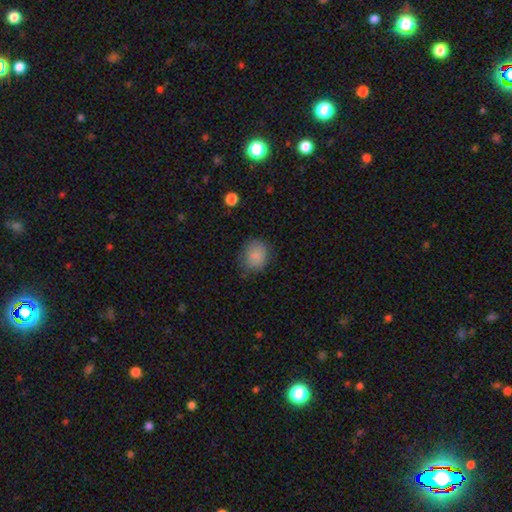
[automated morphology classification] smooth-or-featured: smooth: 83% | star or artifact: 9% | featured or disk: 8%
  how-rounded: round: 69% | in between: 30% | cigar-shaped: 1%
  merging: none: 71% | minor disturbance: 21% | major disturbance: 6% | merger: 2%